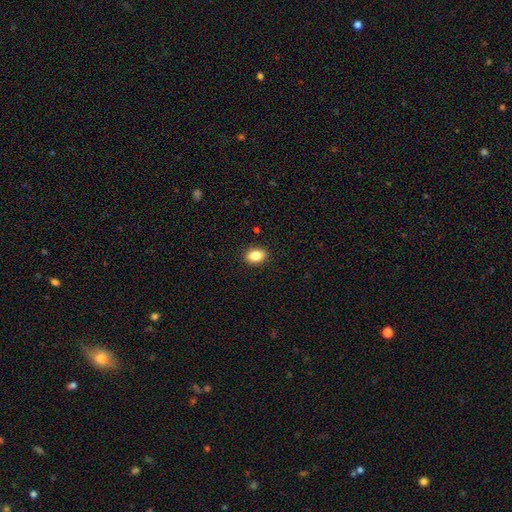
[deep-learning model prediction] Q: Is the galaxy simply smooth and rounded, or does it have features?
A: smooth — 85%.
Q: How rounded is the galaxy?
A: in between — 80%.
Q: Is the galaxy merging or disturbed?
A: none — 89%.